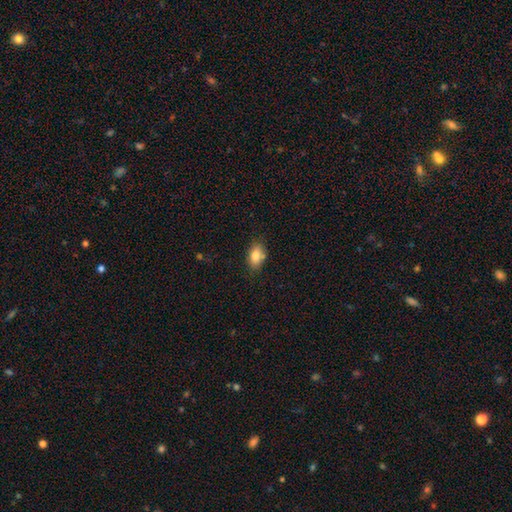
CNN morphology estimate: This appears to be a smooth galaxy with no disk features (82%) that is in between round and cigar-shaped (87%). Merging: none (72%).